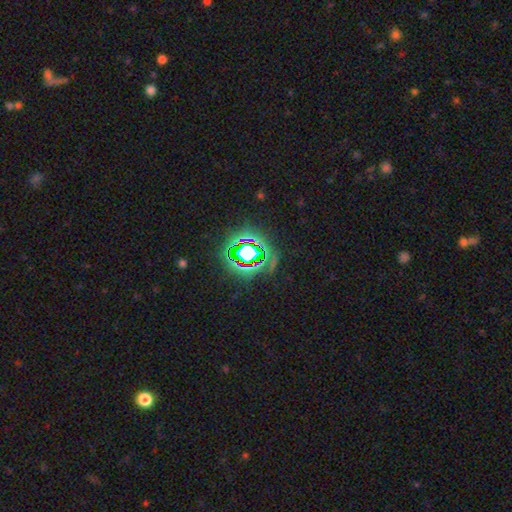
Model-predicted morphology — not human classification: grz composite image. It shows a star or artifact, not a galaxy (76%).